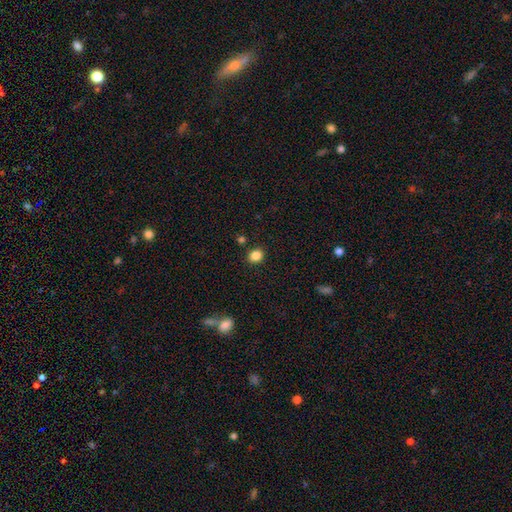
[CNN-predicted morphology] Overall: smooth (85%). How rounded: round (65%; in between 34%). Merging: none (88%).